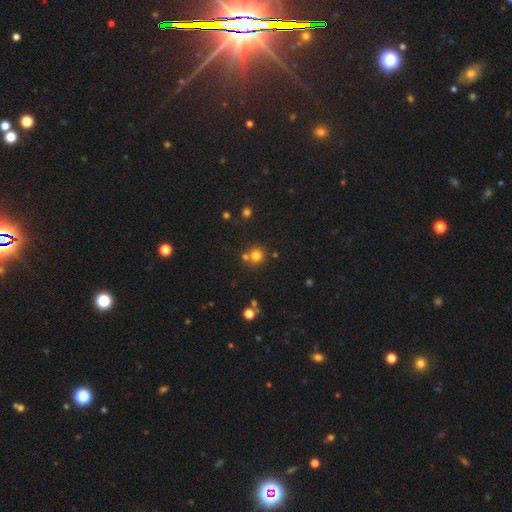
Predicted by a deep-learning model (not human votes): Smooth or featured: smooth — 76% (star or artifact — 16%)
How rounded: round — 92% (in between — 8%)
Merging: none — 68% (merger — 21%)